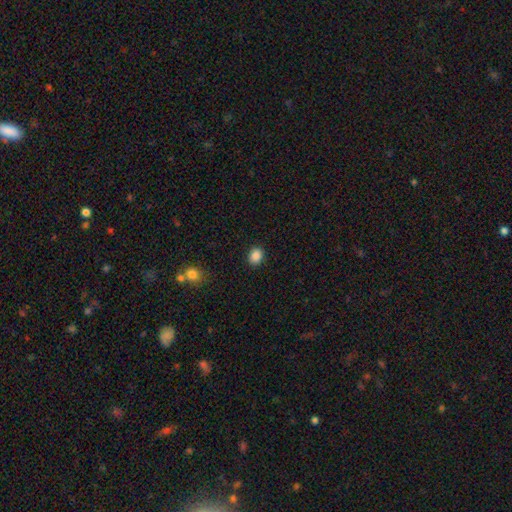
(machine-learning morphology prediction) Overall: smooth (87%). How rounded: round (51%; in between 48%). Merging: none (90%).